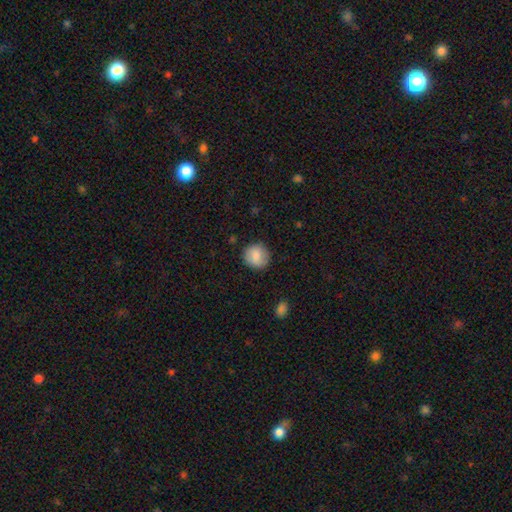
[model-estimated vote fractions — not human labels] Smooth or featured: smooth — 85% (featured or disk — 8%)
How rounded: round — 91% (in between — 8%)
Merging: none — 87% (minor disturbance — 10%)